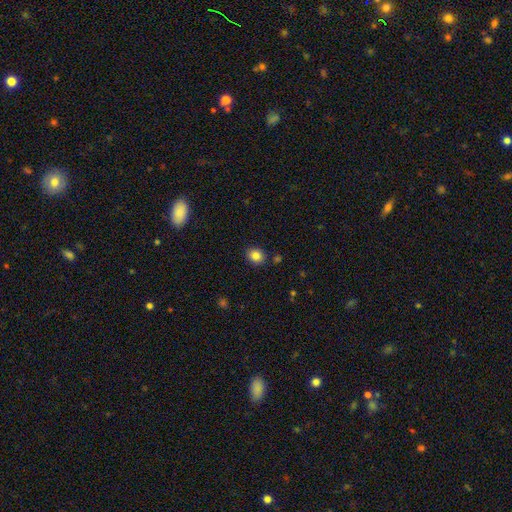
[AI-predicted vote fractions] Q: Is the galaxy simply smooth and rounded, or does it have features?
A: smooth — 84%.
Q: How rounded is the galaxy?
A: round — 68%.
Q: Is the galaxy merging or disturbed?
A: none — 86%.